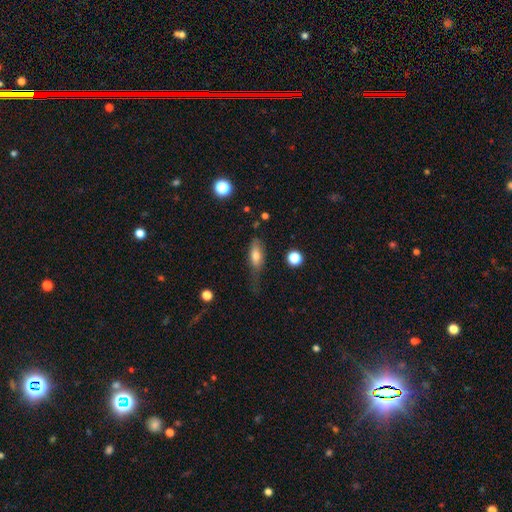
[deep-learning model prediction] Overall: smooth (69%). How rounded: in between (67%; cigar-shaped 29%). Merging: none (46%; minor disturbance 33%).